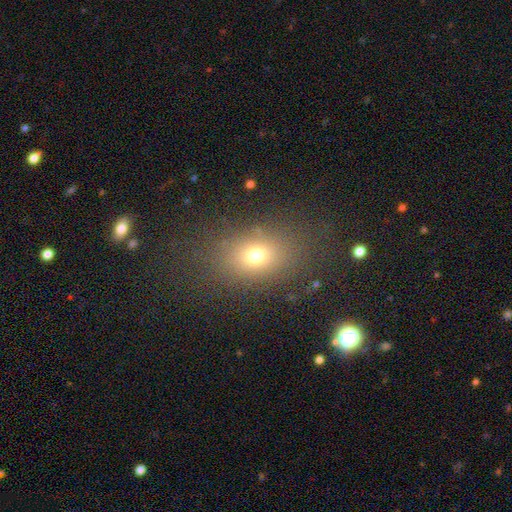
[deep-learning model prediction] Smooth or featured?
  - smooth: 72% *
  - star or artifact: 16%
  - featured or disk: 12%
How rounded?
  - in between: 70% *
  - round: 28%
  - cigar-shaped: 2%
Merging?
  - none: 79% *
  - minor disturbance: 11%
  - major disturbance: 7%
  - merger: 2%